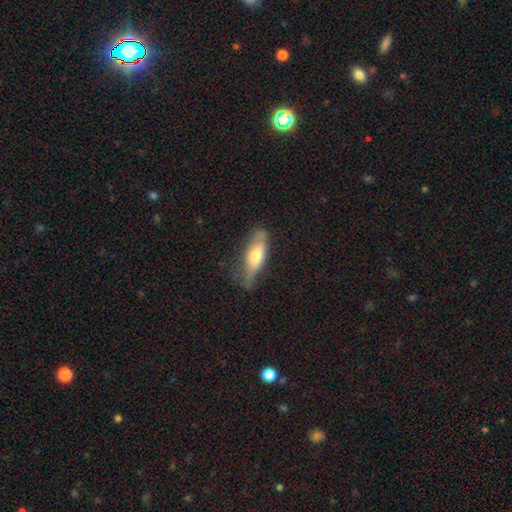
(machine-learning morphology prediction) smooth 60%, featured or disk 34%, star or artifact 6%. Down the decision tree: how rounded — in between (50%); merging — none (58%).